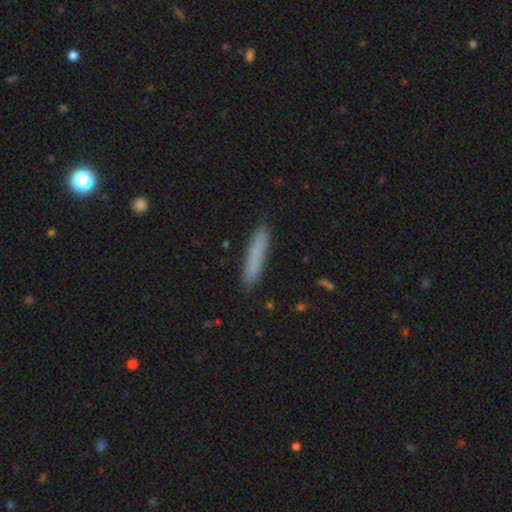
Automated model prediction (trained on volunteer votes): A smooth galaxy with no disk features (80%) that is cigar-shaped (94%). Merging: none (90%).